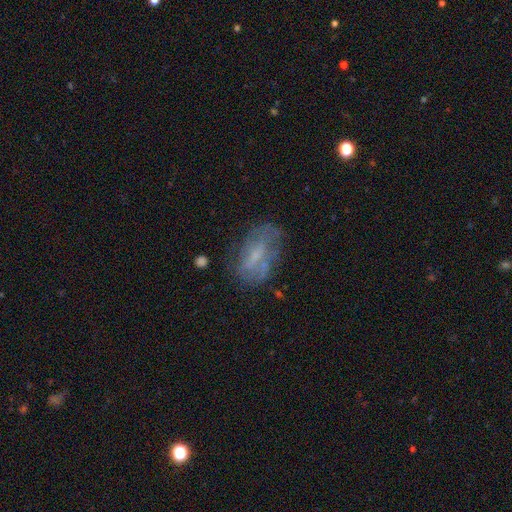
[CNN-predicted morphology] smooth_or_featured: featured or disk (p=0.52) [alt: smooth p=0.36]
disk_edge_on: no (p=0.93) [alt: yes p=0.07]
merging: none (p=0.55) [alt: minor disturbance p=0.25]